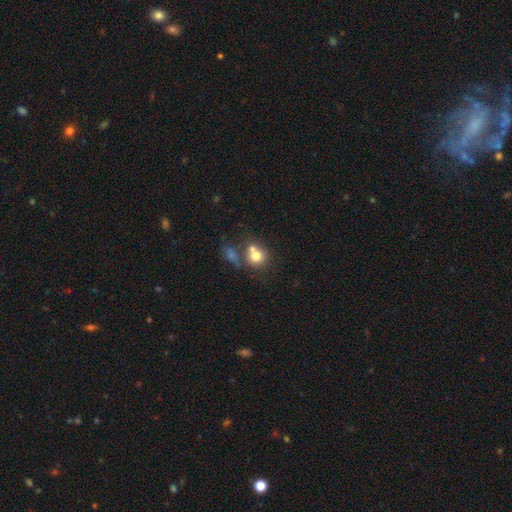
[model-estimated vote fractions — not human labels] This appears to be a smooth galaxy with no disk features (73%) that is round (79%). Merging: merger (44%).